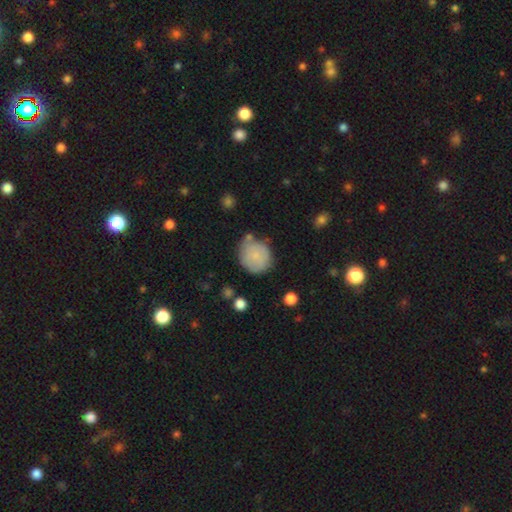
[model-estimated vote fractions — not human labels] The model was most divided on "merging": none: 64%, minor disturbance: 23%, merger: 7%, major disturbance: 6%. More confident: how rounded — round (84%); smooth or featured — smooth (77%).